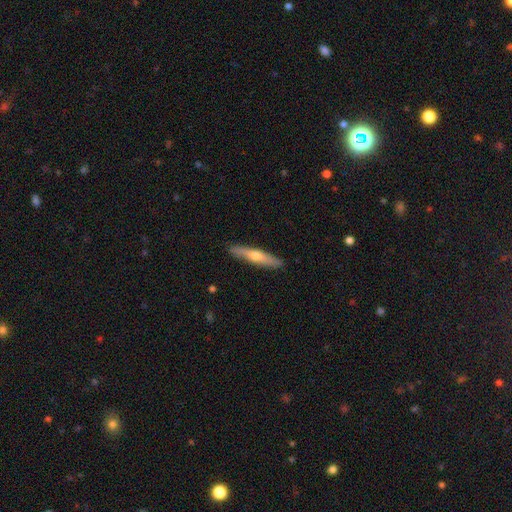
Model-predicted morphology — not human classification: Smooth or featured? featured or disk (53%)
Edge-on disk? yes (91%)
Merging? none (90%)